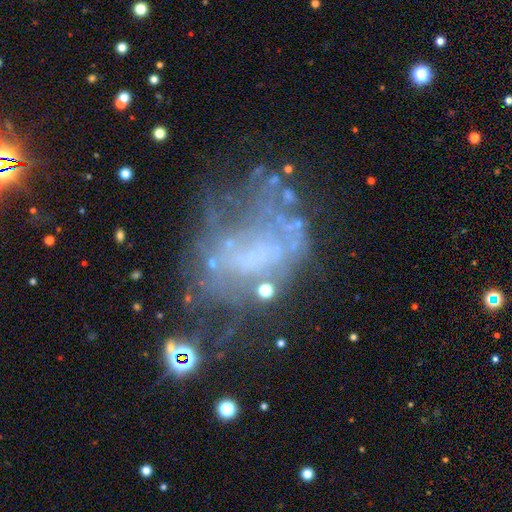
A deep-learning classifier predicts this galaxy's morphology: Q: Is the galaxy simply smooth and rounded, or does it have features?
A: featured or disk — 58%.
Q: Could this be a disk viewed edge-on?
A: no — 97%.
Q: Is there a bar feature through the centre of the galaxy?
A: no — 81%.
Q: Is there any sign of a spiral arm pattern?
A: no — 81%.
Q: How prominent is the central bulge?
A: none — 73%.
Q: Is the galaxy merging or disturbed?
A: none — 38%.